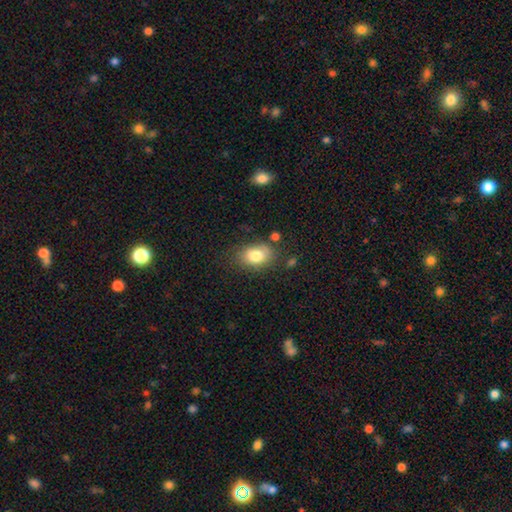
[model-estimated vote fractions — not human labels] This is clearly a smooth galaxy (80%). How rounded: likely in between (77%). Merging: likely none (72%).